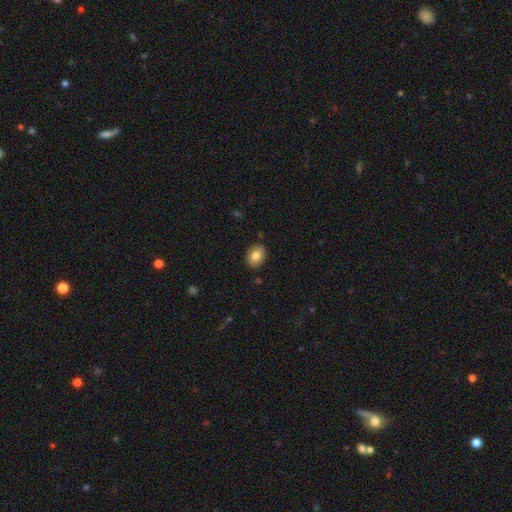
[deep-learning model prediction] Smooth or featured?
  - smooth: 77% *
  - featured or disk: 16%
  - star or artifact: 8%
How rounded?
  - in between: 60% *
  - round: 39%
  - cigar-shaped: 1%
Merging?
  - none: 87% *
  - minor disturbance: 10%
  - major disturbance: 2%
  - merger: 1%